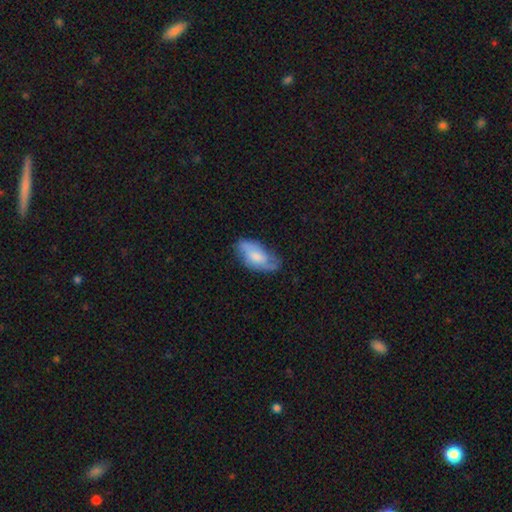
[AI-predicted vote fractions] Smooth or featured: smooth — 51% (featured or disk — 43%)
How rounded: in between — 90% (cigar-shaped — 7%)
Merging: none — 62% (minor disturbance — 28%)